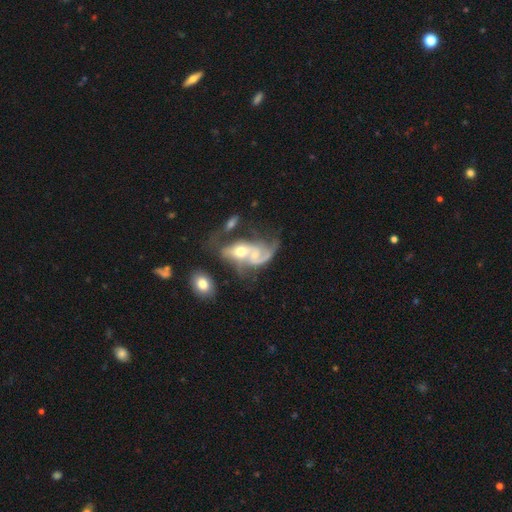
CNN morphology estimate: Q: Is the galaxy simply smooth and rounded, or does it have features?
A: featured or disk — 77%.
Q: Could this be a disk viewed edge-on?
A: no — 96%.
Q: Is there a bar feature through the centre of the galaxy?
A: no — 62%.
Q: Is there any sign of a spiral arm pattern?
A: yes — 86%.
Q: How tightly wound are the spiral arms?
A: loose — 44%.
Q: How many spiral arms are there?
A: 2 — 64%.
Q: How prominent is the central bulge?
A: moderate — 56%.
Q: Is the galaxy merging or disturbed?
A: merger — 59%.